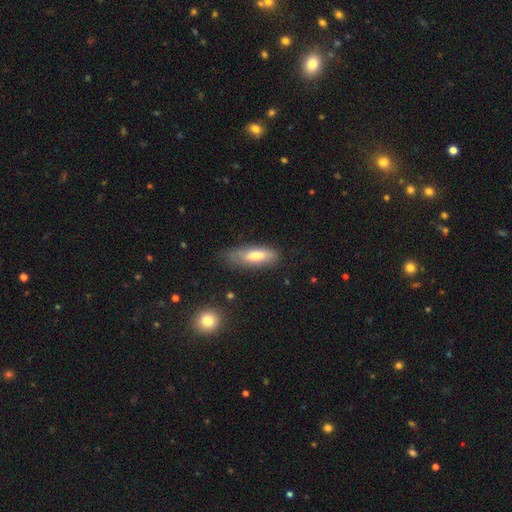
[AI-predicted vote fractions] A smooth galaxy with no disk features (65%) that is in between round and cigar-shaped (58%). Merging: none (64%).